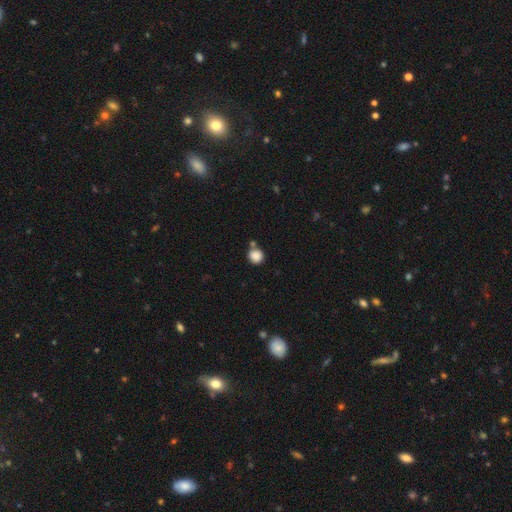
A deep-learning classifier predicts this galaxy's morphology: type=smooth (86%); roundness=round (89%); merging=none (66%).